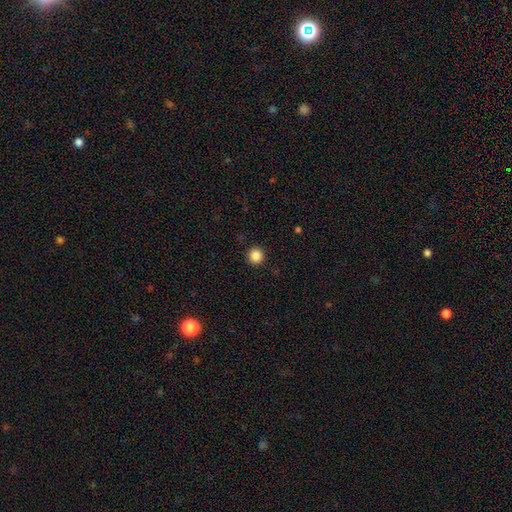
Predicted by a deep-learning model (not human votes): Overall: smooth (86%). How rounded: round (96%). Merging: none (93%).